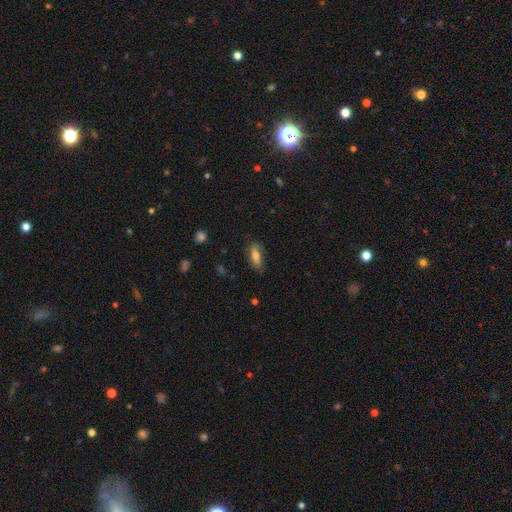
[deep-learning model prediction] The model was most divided on "how rounded": in between: 61%, cigar-shaped: 36%, round: 3%. More confident: merging — none (74%); smooth or featured — smooth (66%).